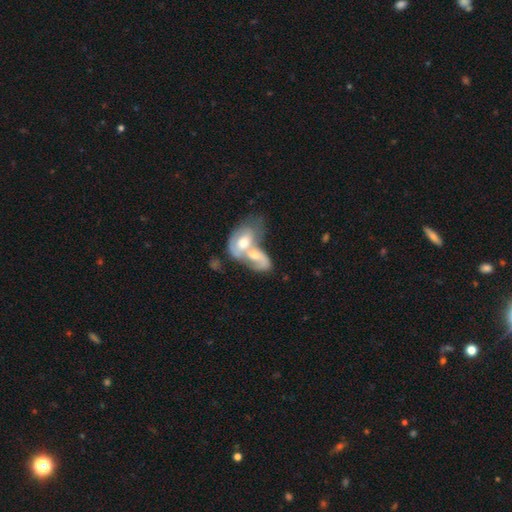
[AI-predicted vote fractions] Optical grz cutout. It shows a featured or disk galaxy (55%) with no bar (67%), spiral arms (60%) and a moderate central bulge (64%). Merging: merger (82%).